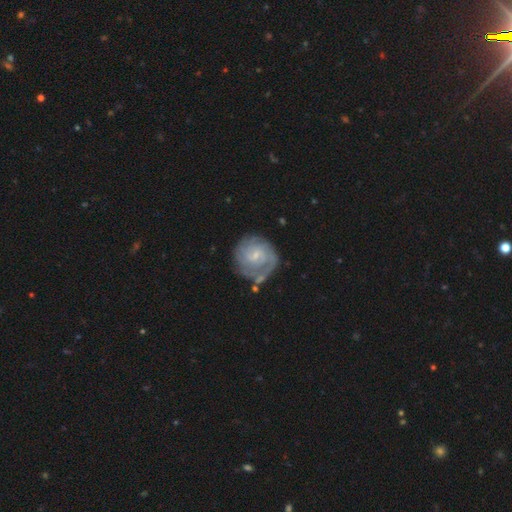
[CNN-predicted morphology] type=featured or disk (76%); edge-on=no (98%); bar=weak (47%); spiral arms=yes (92%); winding=tight (65%); arm count=can't tell (37%); bulge=small (69%); merging=none (63%).